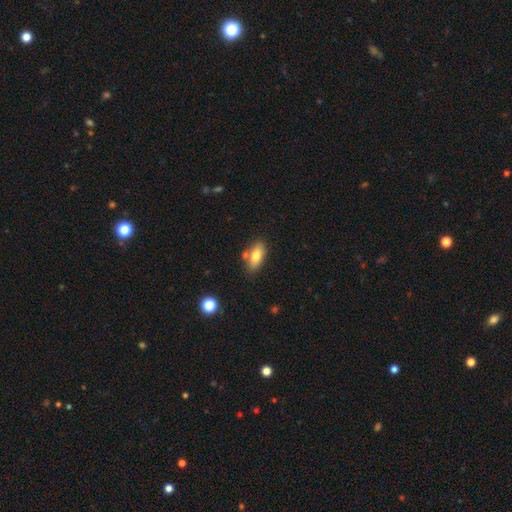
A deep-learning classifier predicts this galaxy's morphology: This is likely a smooth galaxy (75%). How rounded: clearly in between (84%). Merging: likely none (73%).